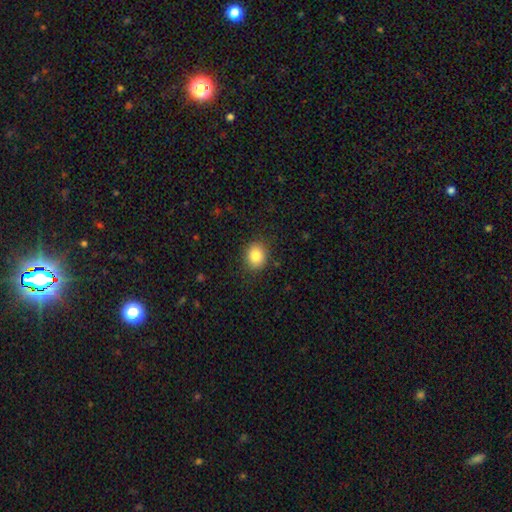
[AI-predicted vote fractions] Morphology: type=smooth (85%); roundness=round (69%); merging=none (87%).